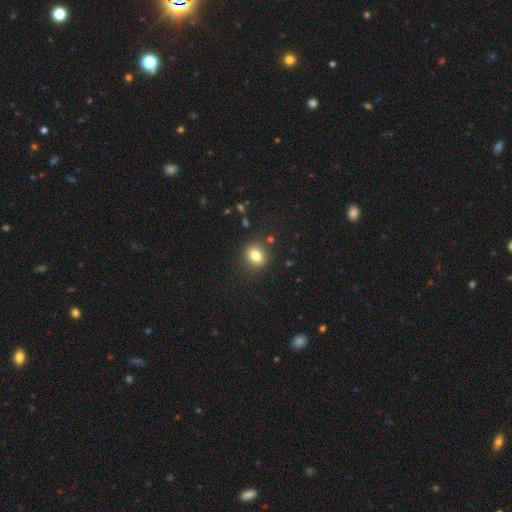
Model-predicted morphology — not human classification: smooth-or-featured: smooth: 80% | star or artifact: 11% | featured or disk: 9%
  how-rounded: round: 53% | in between: 46% | cigar-shaped: 1%
  merging: none: 86% | minor disturbance: 9% | major disturbance: 3% | merger: 2%